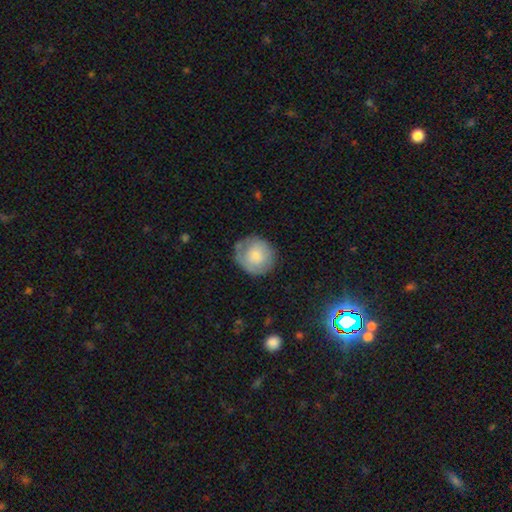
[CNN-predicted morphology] A smooth galaxy with no disk features (69%) that is round (88%). Merging: none (66%).